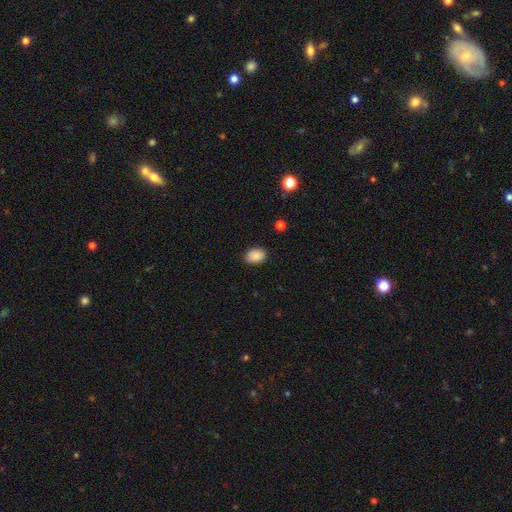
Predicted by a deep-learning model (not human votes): The model was most divided on "how rounded": in between: 80%, round: 19%, cigar-shaped: 1%. More confident: smooth or featured — smooth (85%); merging — none (81%).